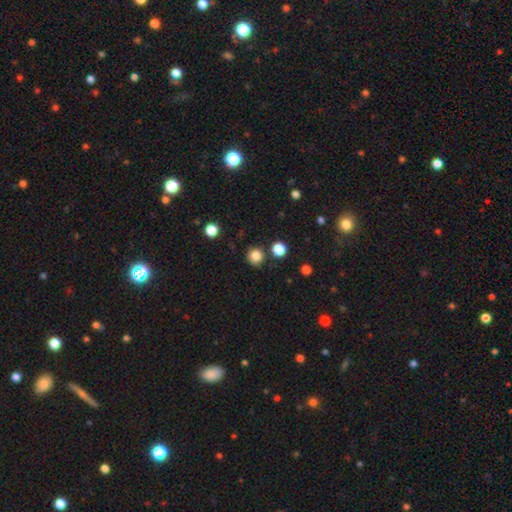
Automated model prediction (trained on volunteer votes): A smooth galaxy with no disk features (83%) that is round (94%). Merging: none (85%).